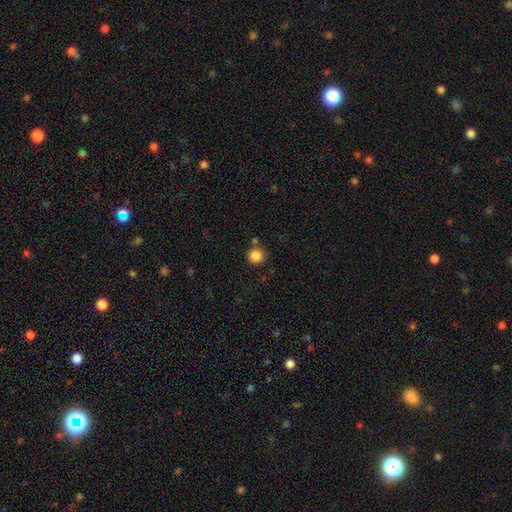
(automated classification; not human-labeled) Smooth or featured? smooth (86%)
How rounded? round (93%)
Merging? none (81%)